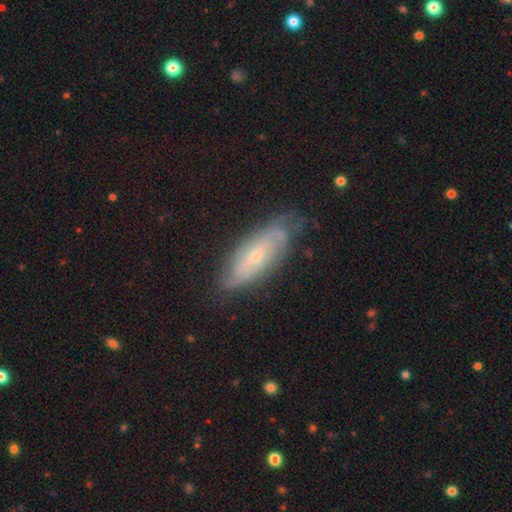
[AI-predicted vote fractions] This appears to be a featured or disk galaxy (72%) with no bar (59%), tight (58%) spiral arms (88%) and a small central bulge (62%). Merging: none (72%).